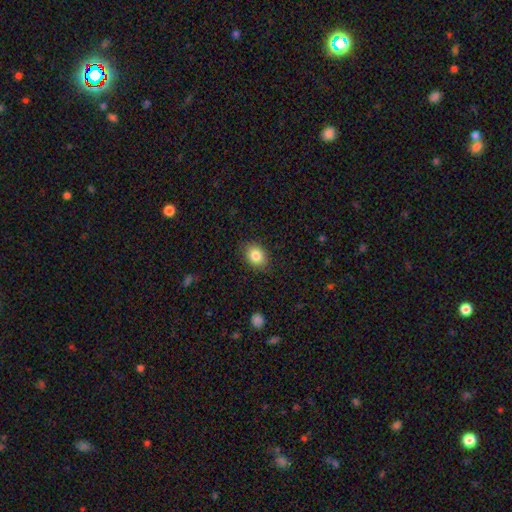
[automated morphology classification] A smooth galaxy with no disk features (84%) that is in between round and cigar-shaped (62%).

Vote fractions:
- Smooth or featured? smooth: 84% / star or artifact: 9% / featured or disk: 7%
- How rounded? in between: 62% / round: 37% / cigar-shaped: 1%
- Merging? none: 85% / minor disturbance: 11% / major disturbance: 3% / merger: 1%